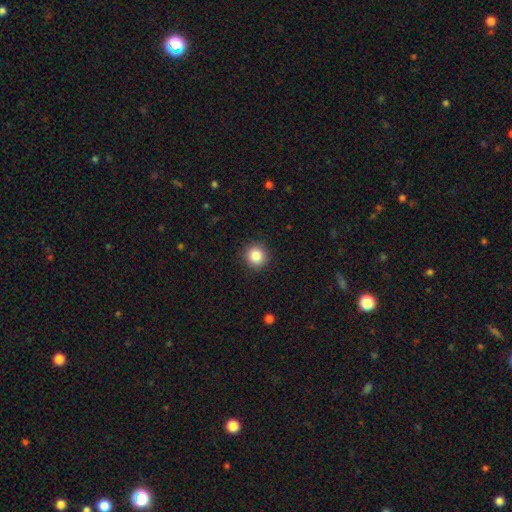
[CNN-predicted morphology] smooth 85%, star or artifact 10%, featured or disk 5%. Down the decision tree: how rounded — round (93%); merging — none (91%).